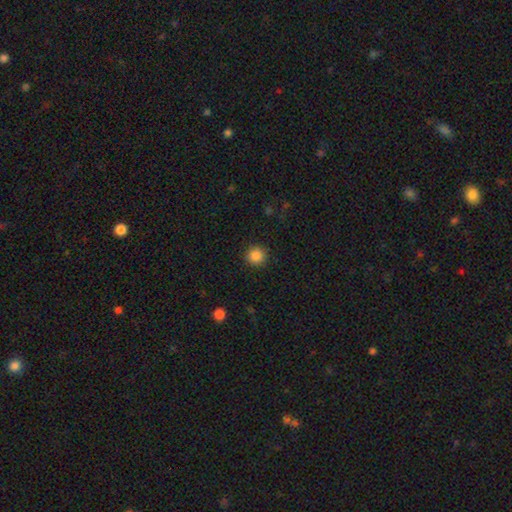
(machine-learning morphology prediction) The model was most divided on "smooth or featured": smooth: 86%, star or artifact: 10%, featured or disk: 4%. More confident: how rounded — round (93%); merging — none (91%).